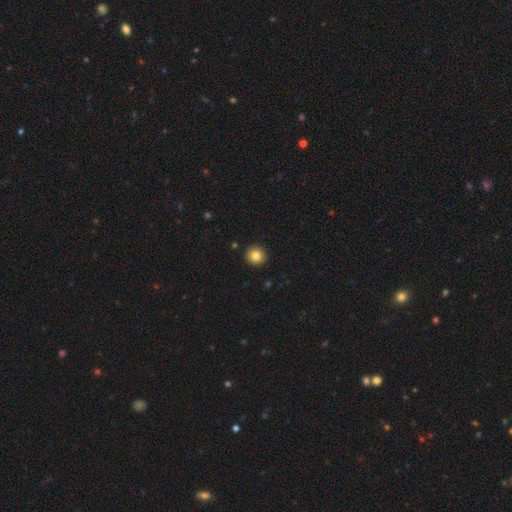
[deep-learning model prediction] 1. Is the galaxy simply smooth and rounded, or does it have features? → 83% smooth, 10% star or artifact, 7% featured or disk.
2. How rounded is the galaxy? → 94% round, 5% in between, 1% cigar-shaped.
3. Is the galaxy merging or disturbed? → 93% none, 5% minor disturbance, 1% major disturbance, 1% merger.